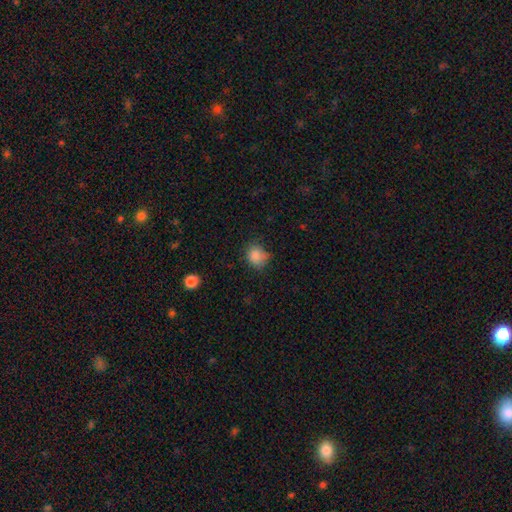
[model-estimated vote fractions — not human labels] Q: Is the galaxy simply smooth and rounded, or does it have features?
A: smooth — 84%.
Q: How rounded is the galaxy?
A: round — 71%.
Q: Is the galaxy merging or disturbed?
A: none — 64%.